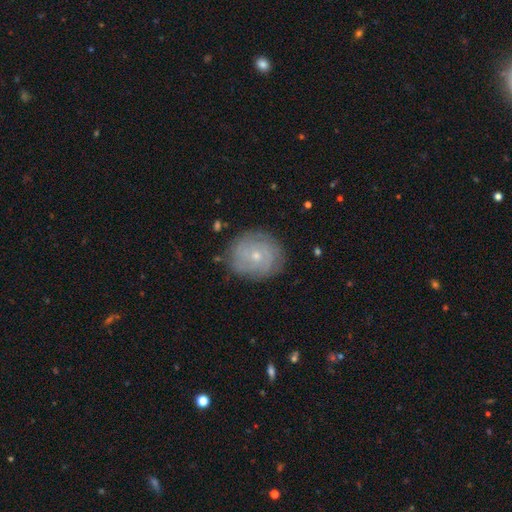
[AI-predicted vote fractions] Smooth or featured?
  - featured or disk: 66% *
  - smooth: 26%
  - star or artifact: 9%
Edge-on disk?
  - no: 97% *
  - yes: 3%
Bar?
  - no: 80% *
  - weak: 18%
  - strong: 3%
Spiral arms?
  - yes: 84% *
  - no: 16%
Spiral winding?
  - tight: 71% *
  - medium: 22%
  - loose: 7%
Spiral arm count?
  - can't tell: 47% *
  - 2: 19%
  - 3: 15%
  - 4: 9%
  - more than 4: 5%
  - 1: 5%
Bulge size?
  - small: 69% *
  - moderate: 28%
  - none: 1%
  - large: 1%
  - dominant: 1%
Merging?
  - none: 81% *
  - minor disturbance: 13%
  - major disturbance: 4%
  - merger: 1%